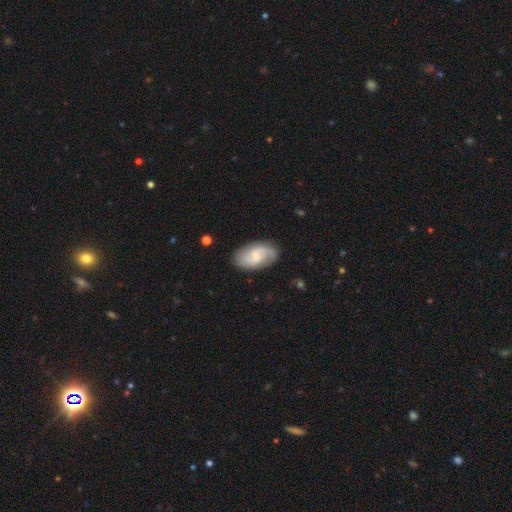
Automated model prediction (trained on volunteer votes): Smooth or featured?
  - featured or disk: 66% *
  - smooth: 28%
  - star or artifact: 6%
Edge-on disk?
  - no: 96% *
  - yes: 4%
Bar?
  - weak: 55% *
  - no: 34%
  - strong: 11%
Spiral arms?
  - yes: 92% *
  - no: 8%
Spiral winding?
  - medium: 45% *
  - loose: 34%
  - tight: 22%
Spiral arm count?
  - 2: 82% *
  - can't tell: 9%
  - 3: 3%
  - 1: 3%
  - 4: 1%
  - more than 4: 1%
Bulge size?
  - small: 48% *
  - moderate: 30%
  - none: 17%
  - large: 4%
  - dominant: 1%
Merging?
  - none: 83% *
  - minor disturbance: 13%
  - major disturbance: 3%
  - merger: 1%